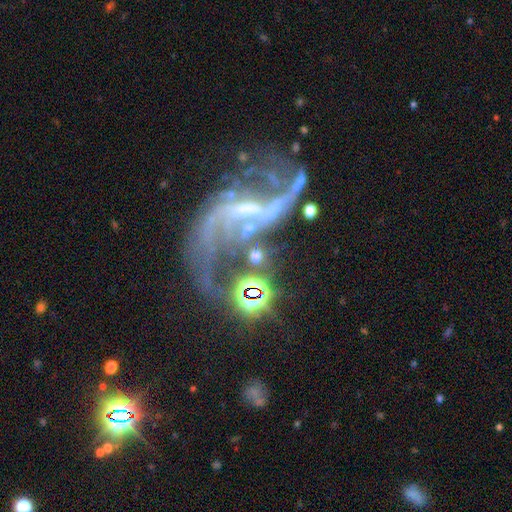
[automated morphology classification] Overall: featured or disk (39%; smooth 31%). Merging: none (37%; merger 26%).